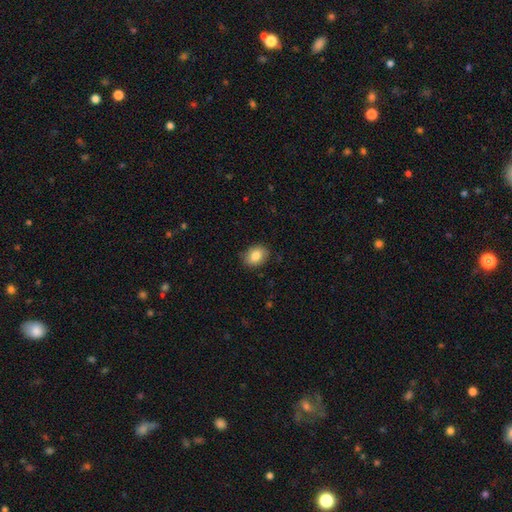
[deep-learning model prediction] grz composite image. It shows a smooth galaxy with no disk features (83%) that is in between round and cigar-shaped (63%). Merging: none (85%).